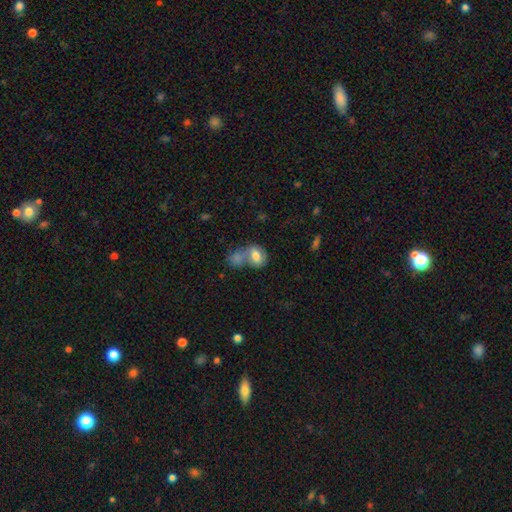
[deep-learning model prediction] smooth_or_featured: smooth (p=0.73) [alt: featured or disk p=0.18]
how_rounded: in between (p=0.74) [alt: round p=0.25]
merging: merger (p=0.59) [alt: none p=0.24]